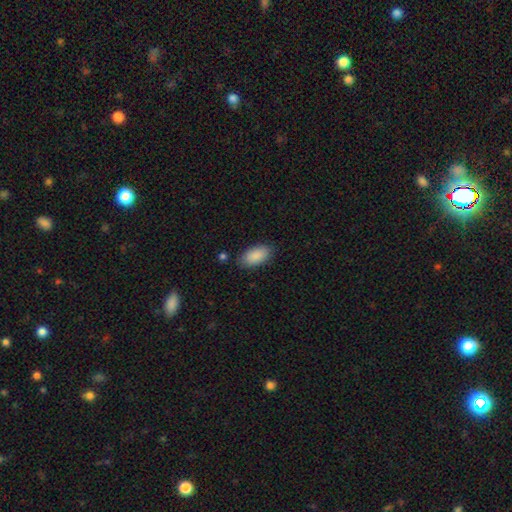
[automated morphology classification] Q: Smooth or featured?
A: smooth (89%); runner-up: star or artifact (6%)
Q: How rounded?
A: in between (93%); runner-up: cigar-shaped (4%)
Q: Merging?
A: none (84%); runner-up: minor disturbance (12%)